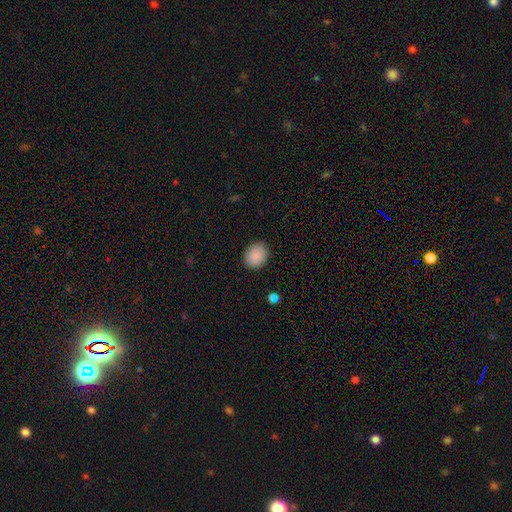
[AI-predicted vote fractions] Smooth or featured?
  - smooth: 89% *
  - star or artifact: 8%
  - featured or disk: 4%
How rounded?
  - in between: 56% *
  - round: 43%
  - cigar-shaped: 1%
Merging?
  - none: 87% *
  - minor disturbance: 9%
  - major disturbance: 2%
  - merger: 1%